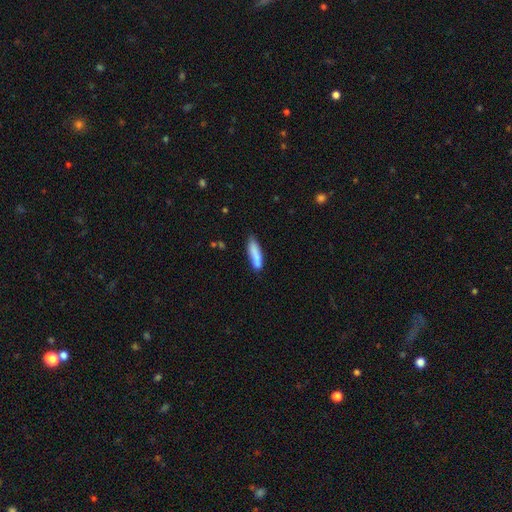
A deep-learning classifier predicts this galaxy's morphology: smooth 81%, featured or disk 12%, star or artifact 6%. Down the decision tree: how rounded — cigar-shaped (74%); merging — none (72%).